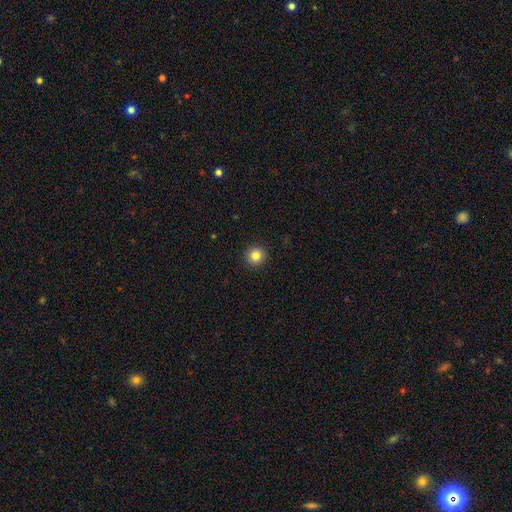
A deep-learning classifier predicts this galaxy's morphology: Overall: smooth (83%). How rounded: round (95%). Merging: none (93%).